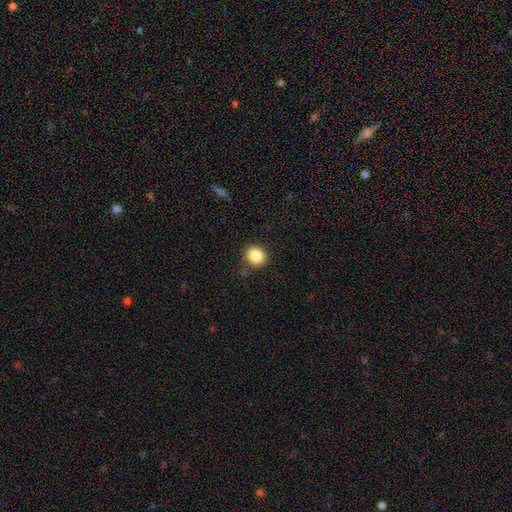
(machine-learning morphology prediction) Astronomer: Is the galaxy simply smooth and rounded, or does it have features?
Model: smooth — 86%.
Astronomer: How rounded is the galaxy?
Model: round — 79%.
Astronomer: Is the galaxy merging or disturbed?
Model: none — 87%.